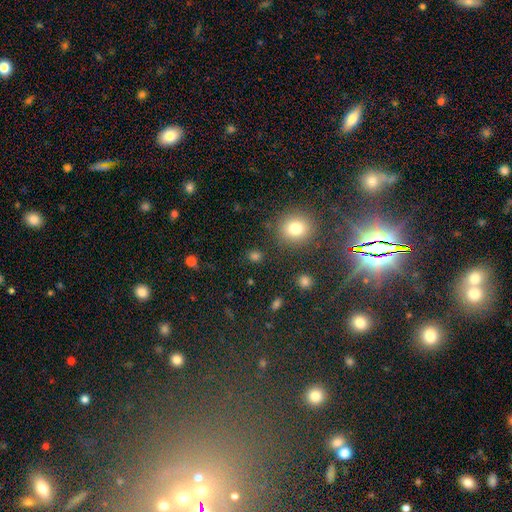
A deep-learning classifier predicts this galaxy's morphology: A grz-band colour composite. It shows a smooth galaxy with no disk features (50%). Merging: none (86%).